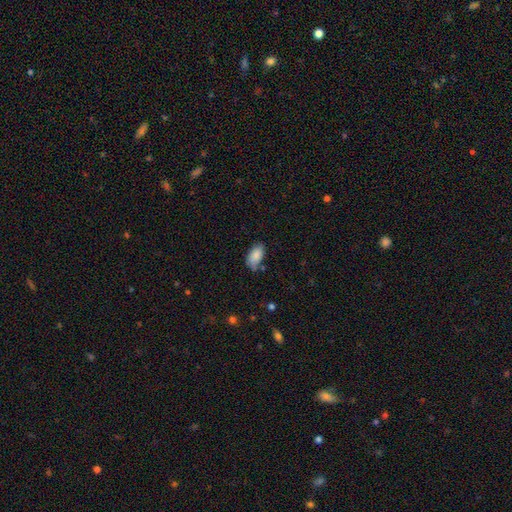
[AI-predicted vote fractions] smooth-or-featured: smooth: 86% | star or artifact: 7% | featured or disk: 7%
  how-rounded: in between: 94% | cigar-shaped: 3% | round: 3%
  merging: none: 67% | minor disturbance: 23% | merger: 5% | major disturbance: 5%